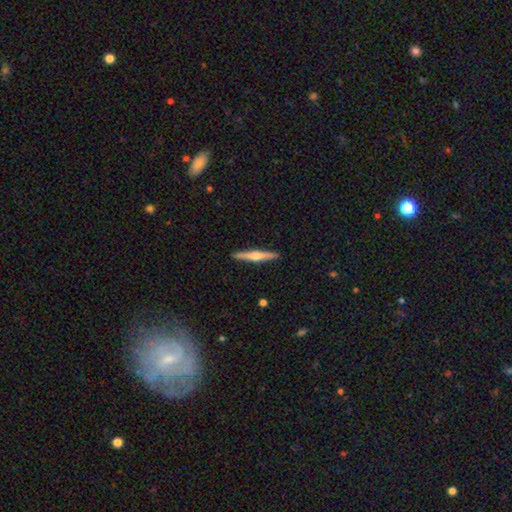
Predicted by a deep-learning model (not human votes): smooth-or-featured: featured or disk: 70% | smooth: 25% | star or artifact: 5%
  disk-edge-on: yes: 98% | no: 2%
    edge-on-bulge: rounded: 89% | boxy: 6% | none: 5%
  merging: none: 92% | minor disturbance: 6% | major disturbance: 1% | merger: 1%